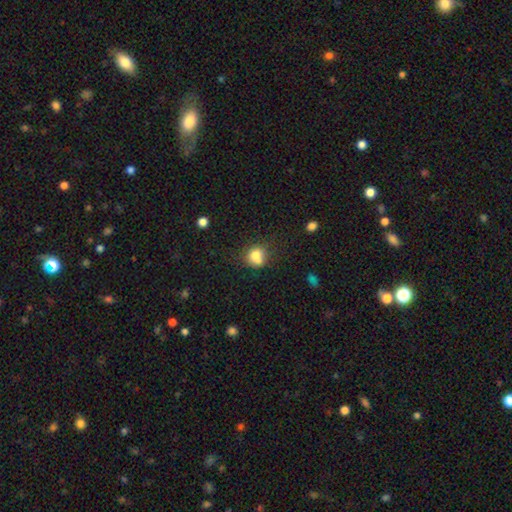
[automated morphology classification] type=smooth (75%); roundness=round (73%); merging=none (45%).